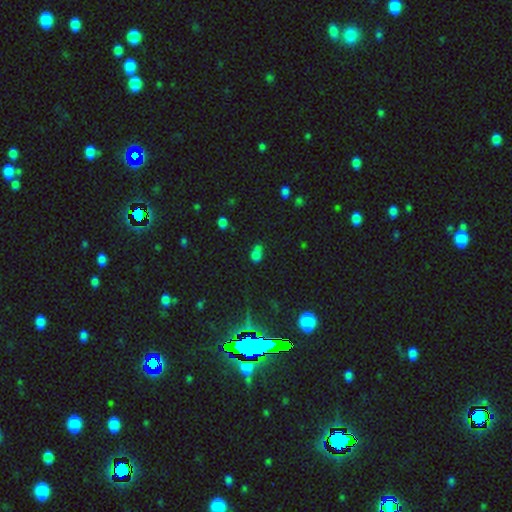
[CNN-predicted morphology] smooth-or-featured: smooth: 66% | star or artifact: 23% | featured or disk: 11%
  how-rounded: in between: 70% | round: 27% | cigar-shaped: 3%
  merging: none: 43% | minor disturbance: 23% | merger: 22% | major disturbance: 12%